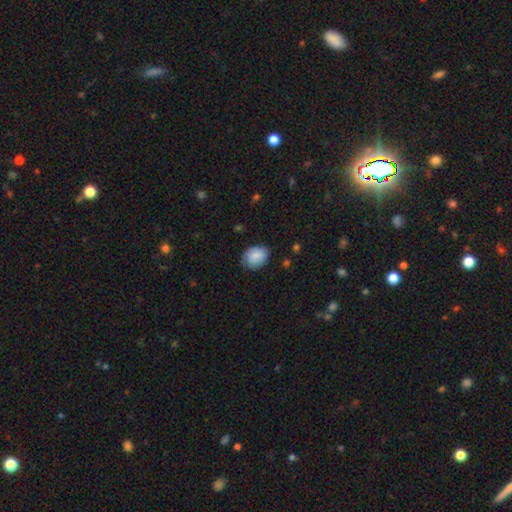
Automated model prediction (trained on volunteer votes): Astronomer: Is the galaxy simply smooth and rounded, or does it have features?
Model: smooth — 82%.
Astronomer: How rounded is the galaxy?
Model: in between — 56% (runner-up: round, 43%).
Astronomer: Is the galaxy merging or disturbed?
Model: none — 72%.